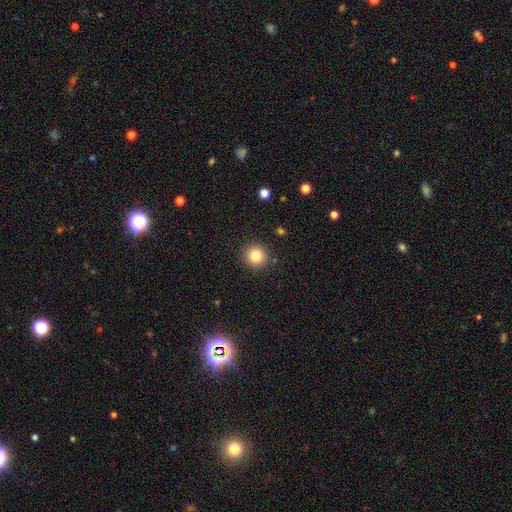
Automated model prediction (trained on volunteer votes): Smooth or featured? Predicted: smooth (p=0.83). How rounded? Predicted: round (p=0.94). Merging? Predicted: none (p=0.90).